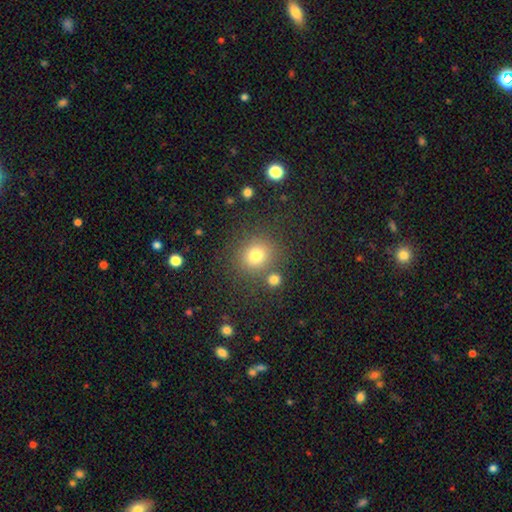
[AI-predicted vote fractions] Q: Smooth or featured?
A: smooth (77%); runner-up: star or artifact (15%)
Q: How rounded?
A: round (85%); runner-up: in between (14%)
Q: Merging?
A: none (77%); runner-up: merger (9%)